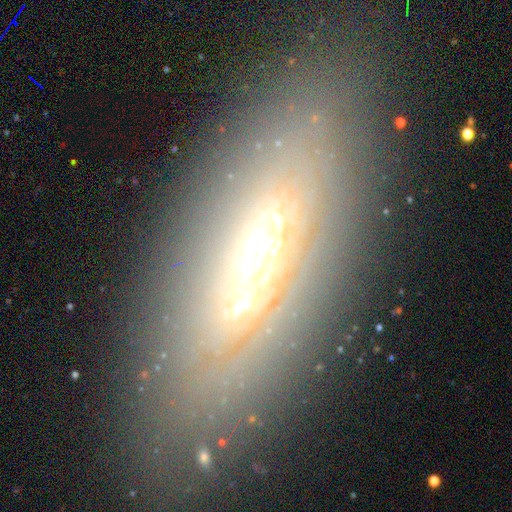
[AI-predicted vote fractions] The model was most divided on "edge-on disk": no: 55%, yes: 45%. More confident: merging — none (79%); smooth or featured — featured or disk (61%).